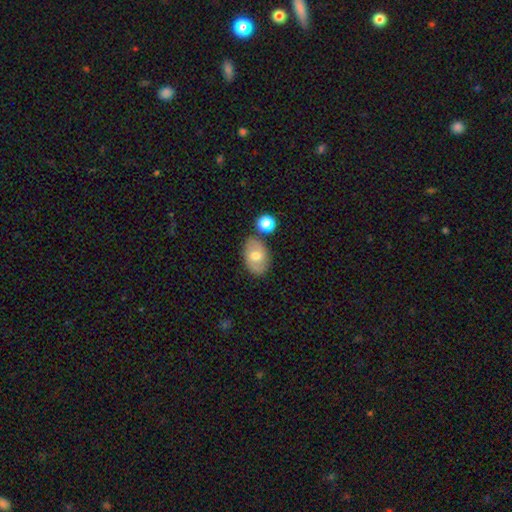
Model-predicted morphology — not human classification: This is likely a smooth galaxy (63%). How rounded: clearly in between (84%). Merging: likely none (74%).